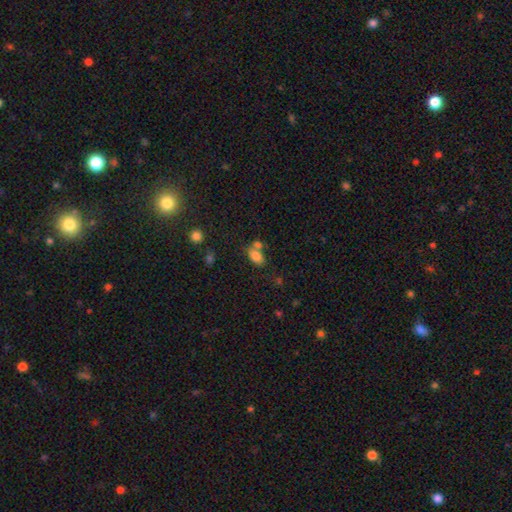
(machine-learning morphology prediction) This appears to be a smooth galaxy with no disk features (81%) that is in between round and cigar-shaped (88%). Merging: none (43%).